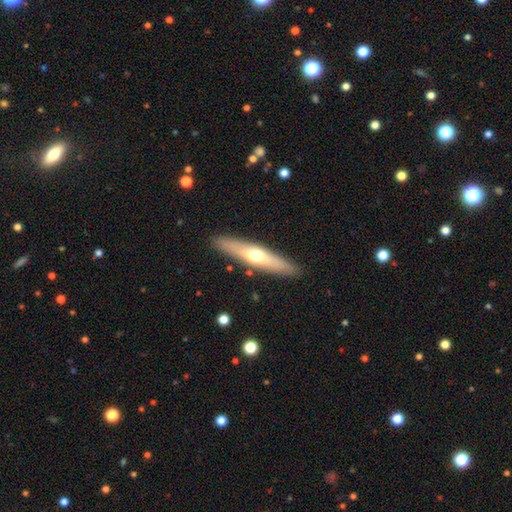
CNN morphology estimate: This is possibly a featured or disk galaxy (48%). Merging: clearly none (90%).